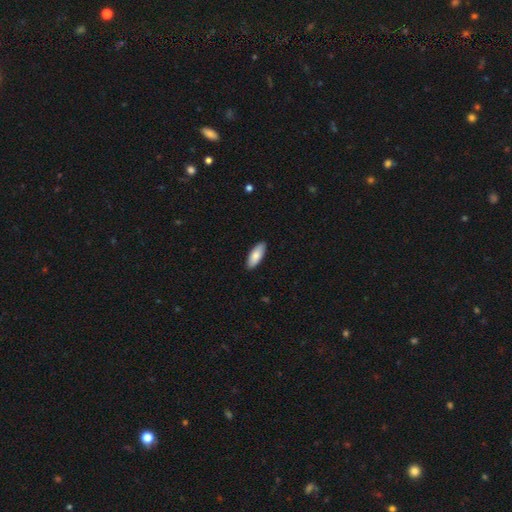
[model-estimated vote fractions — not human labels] smooth 83%, featured or disk 12%, star or artifact 5%. Down the decision tree: how rounded — in between (79%); merging — none (89%).